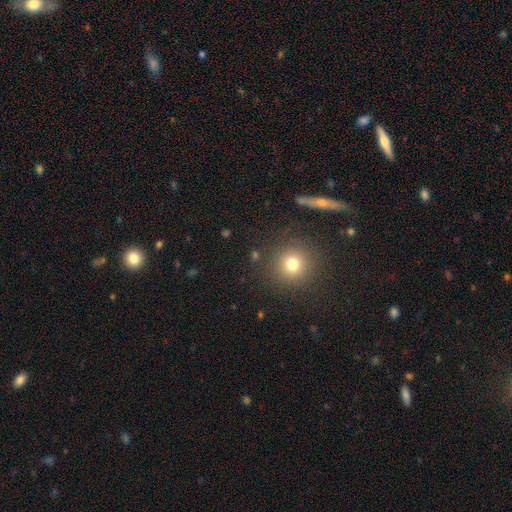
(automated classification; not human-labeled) This appears to be a smooth galaxy with no disk features (60%) that is round (89%). Merging: none (88%).